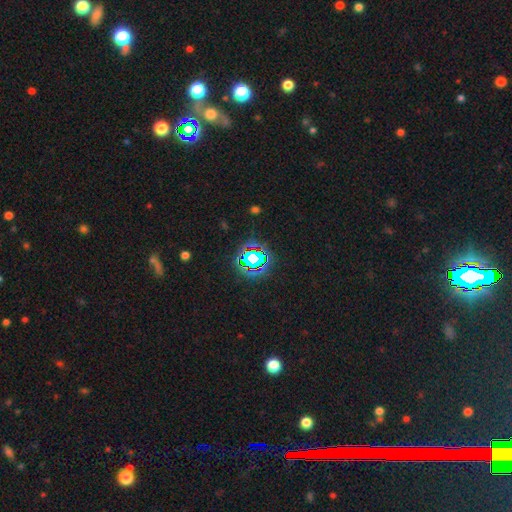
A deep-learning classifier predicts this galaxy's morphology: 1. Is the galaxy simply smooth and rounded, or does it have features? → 70% star or artifact, 18% smooth, 12% featured or disk.